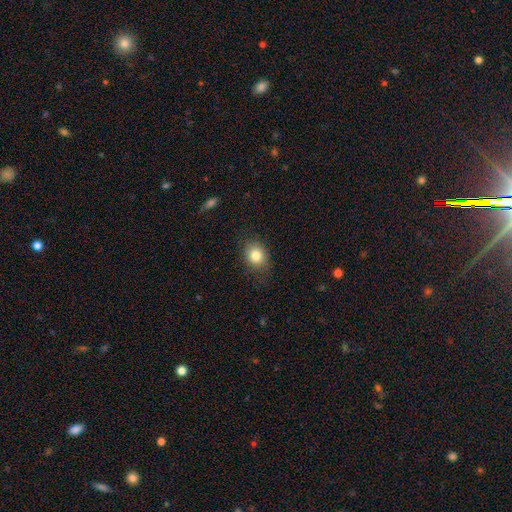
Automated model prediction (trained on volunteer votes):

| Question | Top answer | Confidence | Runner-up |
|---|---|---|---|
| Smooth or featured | smooth | 81% | star or artifact (10%) |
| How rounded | round | 54% | in between (45%) |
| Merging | none | 79% | minor disturbance (15%) |